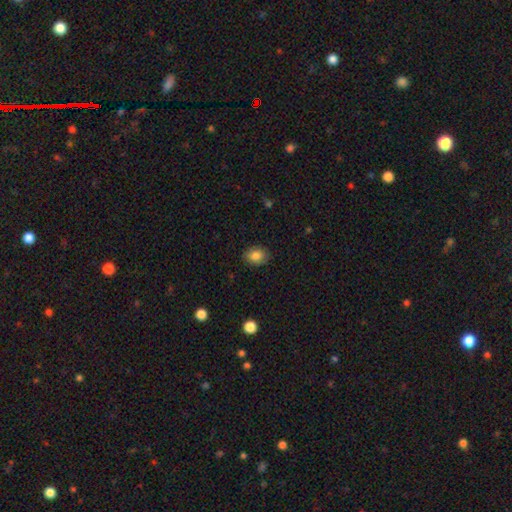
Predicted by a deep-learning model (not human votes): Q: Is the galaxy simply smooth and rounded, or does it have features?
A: smooth — 85%.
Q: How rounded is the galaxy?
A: in between — 66%.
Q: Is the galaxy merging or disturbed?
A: none — 85%.